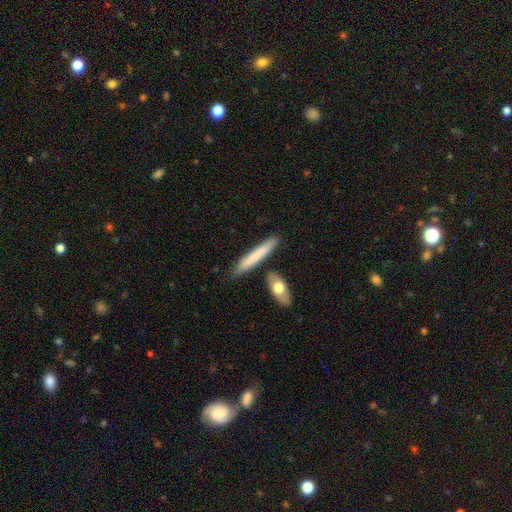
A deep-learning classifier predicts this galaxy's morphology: This appears to be a smooth galaxy with no disk features (70%) that is cigar-shaped (91%). Merging: none (81%).